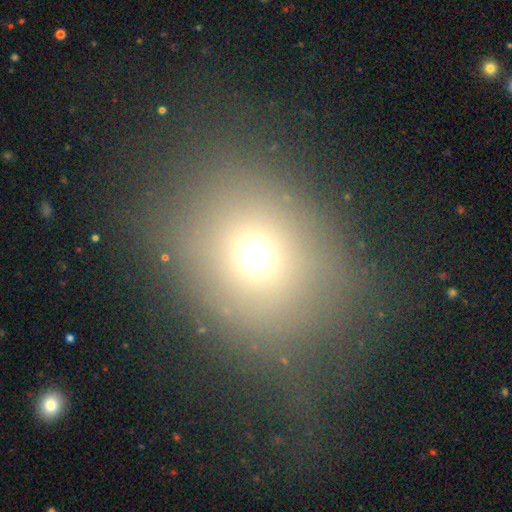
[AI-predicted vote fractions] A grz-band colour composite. It shows a smooth galaxy with no disk features (66%) that is round (64%). Merging: none (60%).